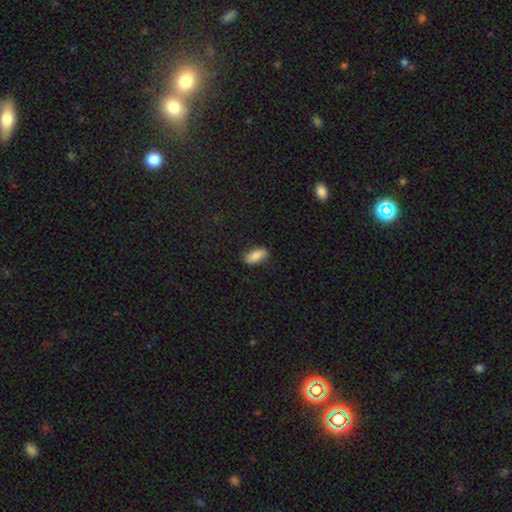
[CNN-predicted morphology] type=smooth (85%); roundness=in between (84%); merging=none (83%).